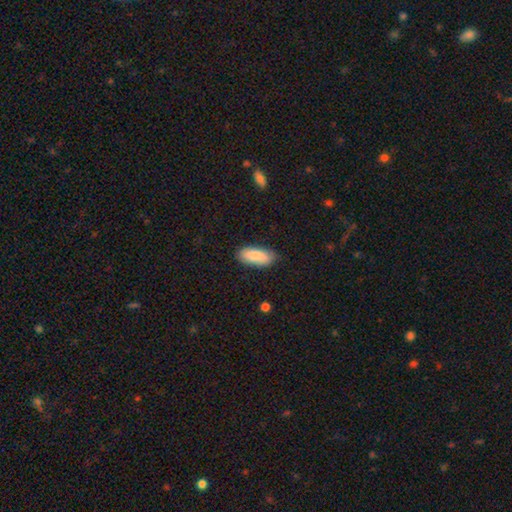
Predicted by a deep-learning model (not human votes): Smooth or featured: smooth — 87% (featured or disk — 7%)
How rounded: in between — 83% (cigar-shaped — 15%)
Merging: none — 83% (minor disturbance — 13%)